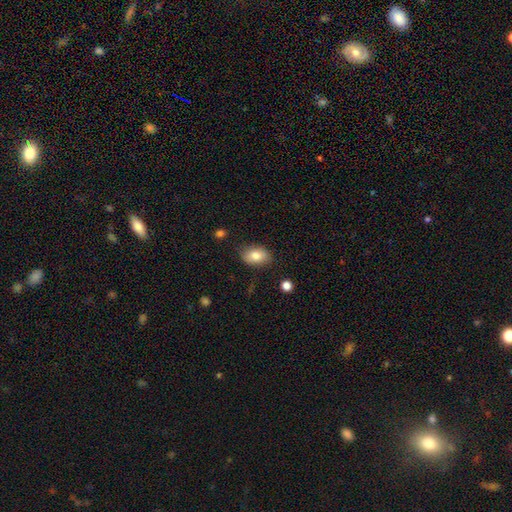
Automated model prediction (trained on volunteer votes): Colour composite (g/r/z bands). It shows a smooth galaxy with no disk features (81%) that is in between round and cigar-shaped (85%). Merging: none (81%).